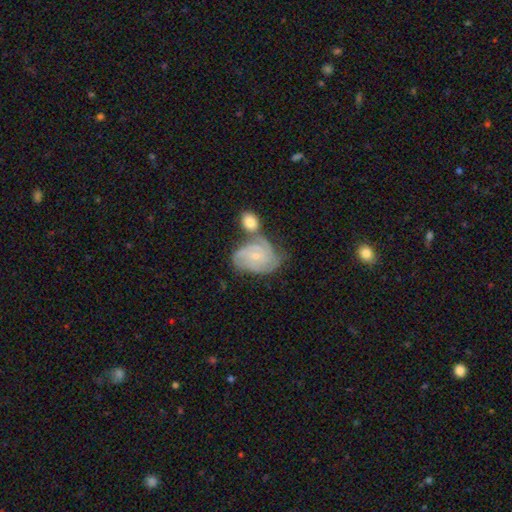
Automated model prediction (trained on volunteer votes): smooth_or_featured: featured or disk (p=0.81) [alt: smooth p=0.13]
disk_edge_on: no (p=0.97) [alt: yes p=0.03]
bar: no (p=0.65) [alt: weak p=0.30]
has_spiral_arms: yes (p=0.96) [alt: no p=0.04]
spiral_winding: tight (p=0.67) [alt: medium p=0.28]
spiral_arm_count: 3 (p=0.37) [alt: can't tell p=0.22]
bulge_size: small (p=0.69) [alt: moderate p=0.26]
merging: none (p=0.46) [alt: merger p=0.24]